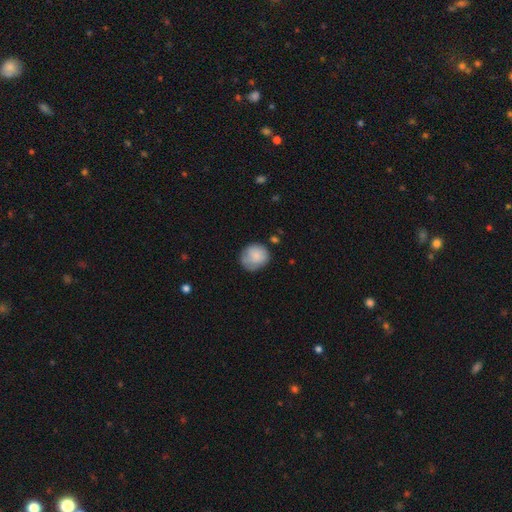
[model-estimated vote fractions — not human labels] Morphology: type=smooth (82%); roundness=round (82%); merging=none (65%).